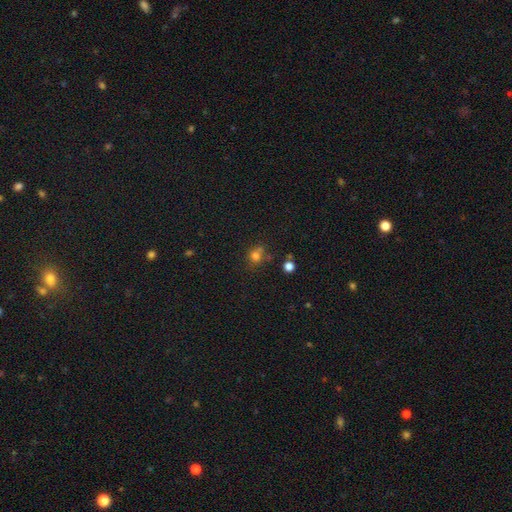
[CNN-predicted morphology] A smooth galaxy with no disk features (74%) that is round (70%). Merging: none (55%).